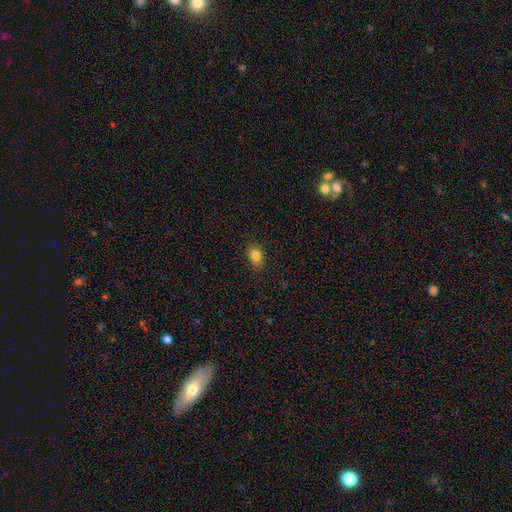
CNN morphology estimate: A smooth galaxy with no disk features (83%) that is in between round and cigar-shaped (74%). Merging: none (87%).